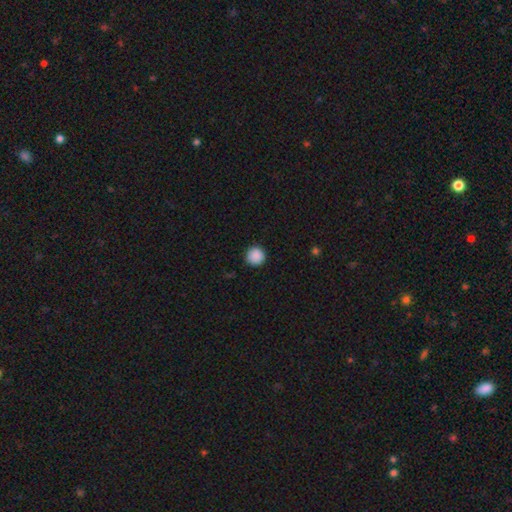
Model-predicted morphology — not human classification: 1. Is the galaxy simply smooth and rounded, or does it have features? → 89% smooth, 9% star or artifact, 2% featured or disk.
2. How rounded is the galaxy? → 96% round, 3% in between, 1% cigar-shaped.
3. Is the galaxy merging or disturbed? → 91% none, 6% minor disturbance, 2% major disturbance, 1% merger.